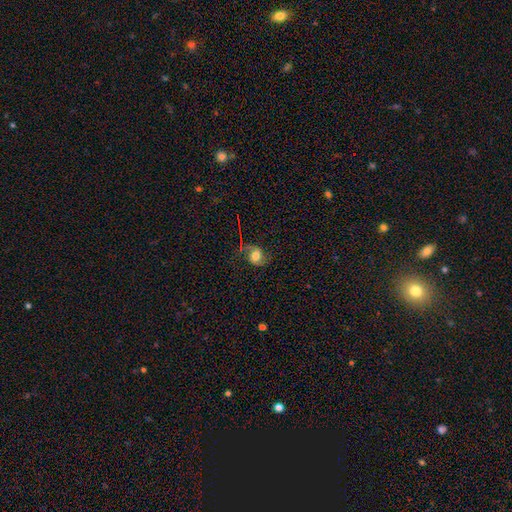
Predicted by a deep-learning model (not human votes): This is possibly a smooth galaxy (48%). Merging: likely none (62%).